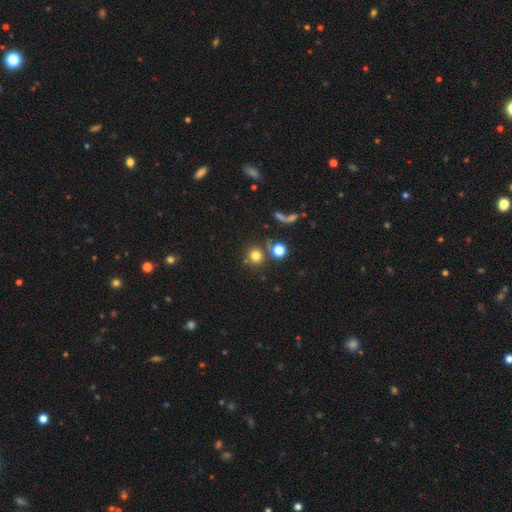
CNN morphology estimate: Overall: smooth (75%). How rounded: round (92%). Merging: none (72%).